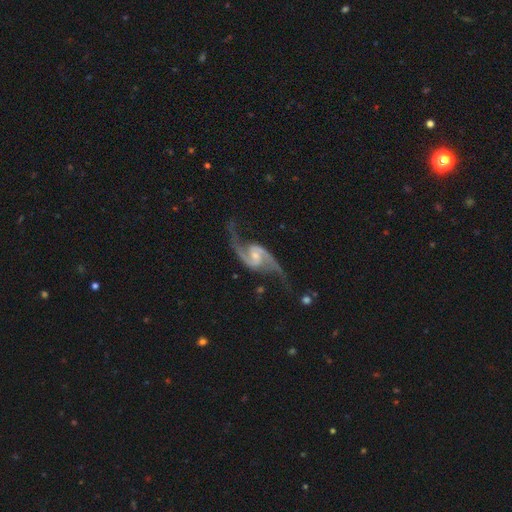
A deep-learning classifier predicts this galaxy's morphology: Smooth or featured: featured or disk — 93% (star or artifact — 4%)
Edge-on disk: no — 97% (yes — 3%)
Bar: weak — 47% (no — 38%)
Spiral arms: yes — 98% (no — 2%)
Spiral winding: loose — 63% (medium — 31%)
Spiral arm count: 2 — 94% (can't tell — 1%)
Bulge size: small — 50% (moderate — 41%)
Merging: none — 70% (minor disturbance — 16%)